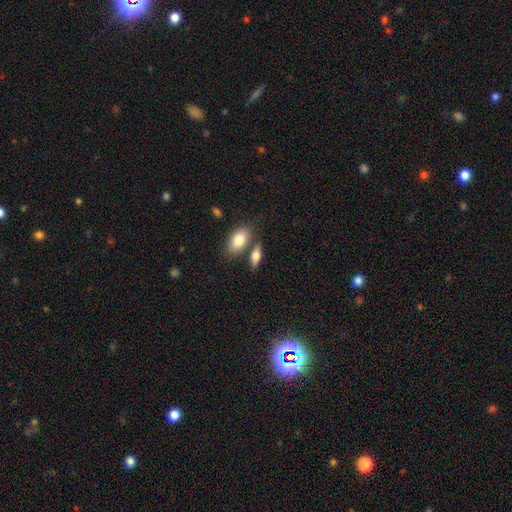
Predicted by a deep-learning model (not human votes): Smooth or featured? Predicted: smooth (p=0.75). How rounded? Predicted: in between (p=0.76). Merging? Predicted: none (p=0.63).